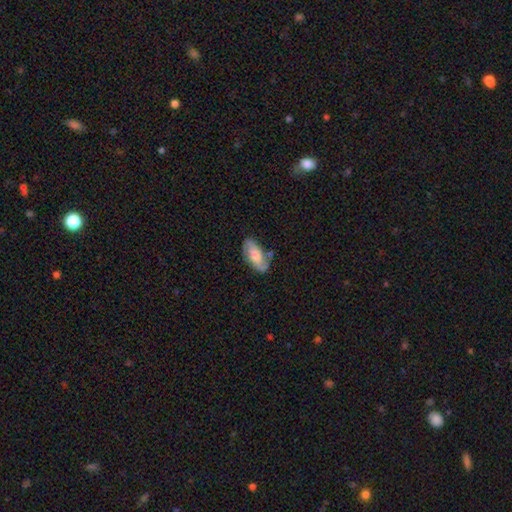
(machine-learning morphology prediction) featured or disk 48%, smooth 45%, star or artifact 6%. Down the decision tree: merging — none (69%).